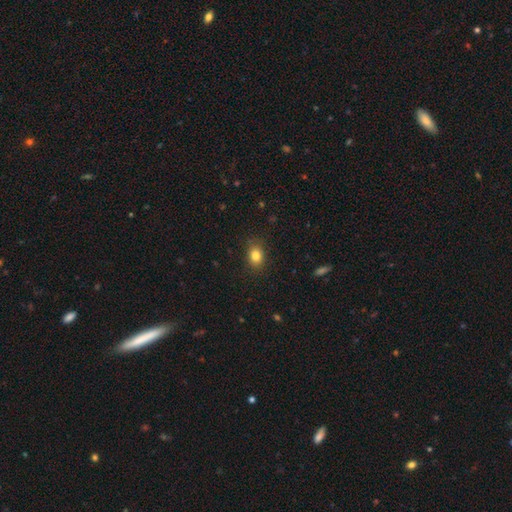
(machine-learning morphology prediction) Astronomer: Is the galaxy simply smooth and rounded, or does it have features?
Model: smooth — 82%.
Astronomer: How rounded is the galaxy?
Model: in between — 59% (runner-up: round, 40%).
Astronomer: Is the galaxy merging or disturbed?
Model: none — 85%.